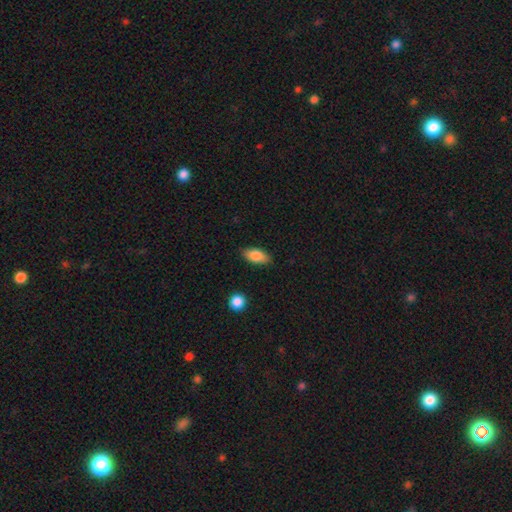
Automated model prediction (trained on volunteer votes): A smooth galaxy with no disk features (84%) that is in between round and cigar-shaped (87%). Merging: none (85%).